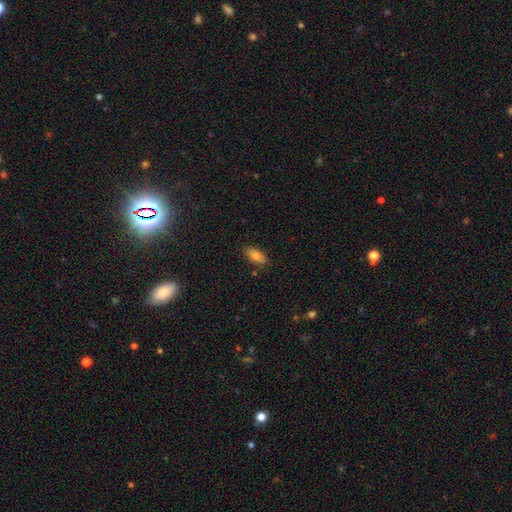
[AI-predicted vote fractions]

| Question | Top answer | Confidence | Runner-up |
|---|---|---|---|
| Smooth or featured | smooth | 81% | featured or disk (11%) |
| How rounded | in between | 88% | cigar-shaped (9%) |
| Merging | none | 84% | minor disturbance (12%) |